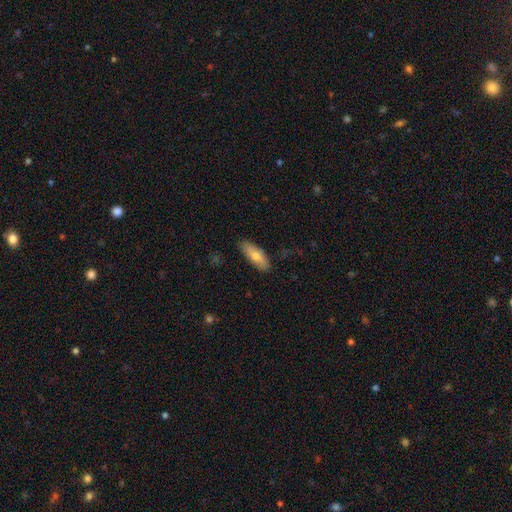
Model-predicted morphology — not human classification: smooth-or-featured: smooth: 70% | featured or disk: 23% | star or artifact: 6%
  how-rounded: in between: 59% | cigar-shaped: 38% | round: 2%
  merging: none: 84% | minor disturbance: 12% | major disturbance: 2% | merger: 1%